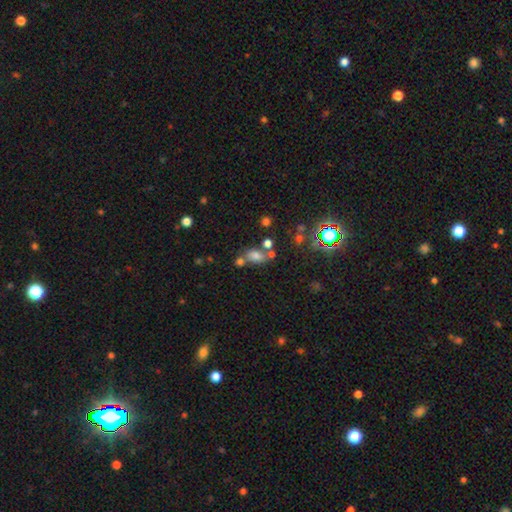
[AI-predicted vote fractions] Smooth or featured? smooth (68%)
How rounded? in between (80%)
Merging? none (49%)